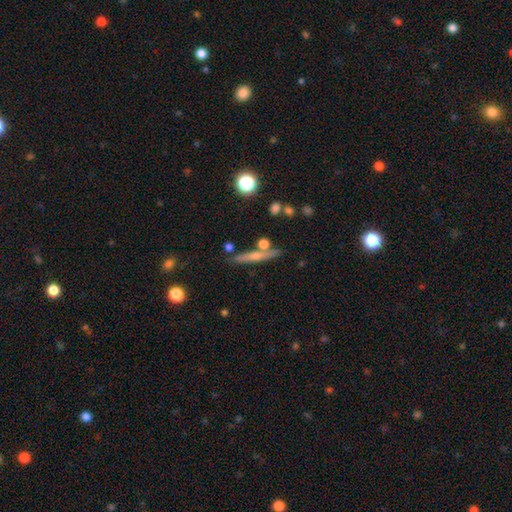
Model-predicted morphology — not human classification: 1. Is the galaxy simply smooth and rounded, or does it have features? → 54% featured or disk, 36% smooth, 10% star or artifact.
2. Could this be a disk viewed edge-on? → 93% yes, 7% no.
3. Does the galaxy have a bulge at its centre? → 67% rounded, 28% none, 5% boxy.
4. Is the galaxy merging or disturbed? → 79% none, 11% minor disturbance, 8% merger, 3% major disturbance.